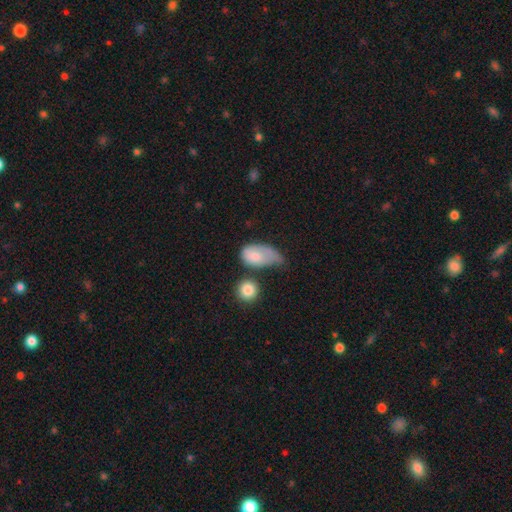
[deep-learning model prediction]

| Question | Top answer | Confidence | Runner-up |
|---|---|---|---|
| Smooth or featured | smooth | 74% | featured or disk (18%) |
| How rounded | in between | 84% | round (13%) |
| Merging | major disturbance | 37% | minor disturbance (33%) |